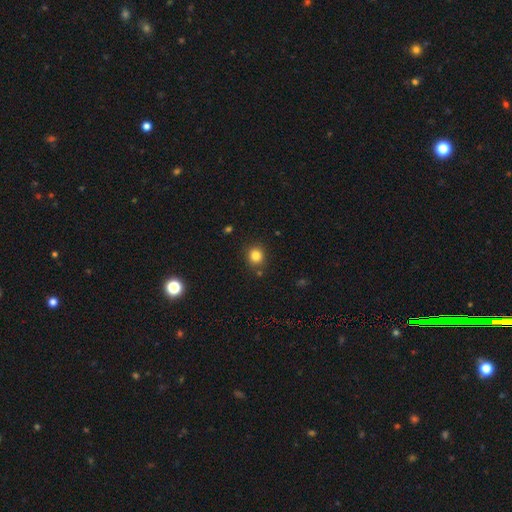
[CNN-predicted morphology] Smooth or featured? smooth (83%)
How rounded? round (86%)
Merging? none (85%)